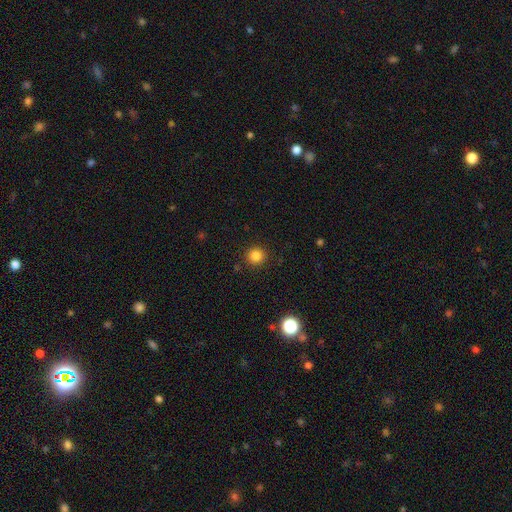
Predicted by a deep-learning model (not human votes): Smooth or featured?
  - smooth: 83% *
  - star or artifact: 12%
  - featured or disk: 4%
How rounded?
  - round: 94% *
  - in between: 5%
  - cigar-shaped: 1%
Merging?
  - none: 91% *
  - minor disturbance: 6%
  - major disturbance: 2%
  - merger: 1%